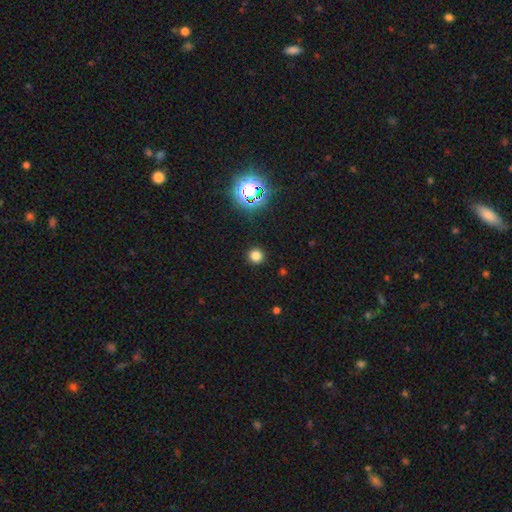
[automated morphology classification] smooth 77%, star or artifact 19%, featured or disk 4%. Down the decision tree: how rounded — round (94%); merging — none (92%).